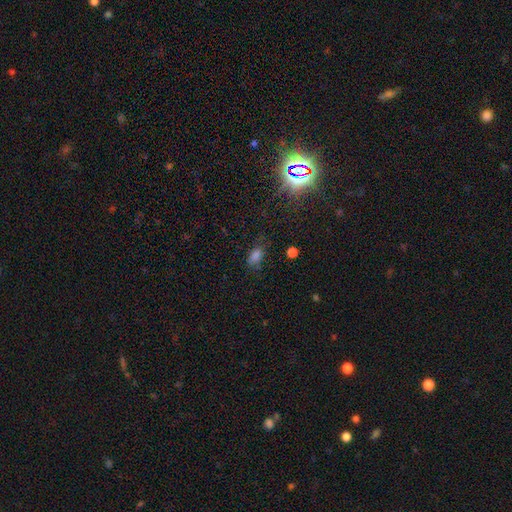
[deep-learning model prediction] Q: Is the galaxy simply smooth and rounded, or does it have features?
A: smooth — 69%.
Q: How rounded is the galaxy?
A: in between — 85%.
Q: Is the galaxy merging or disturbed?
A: none — 66%.